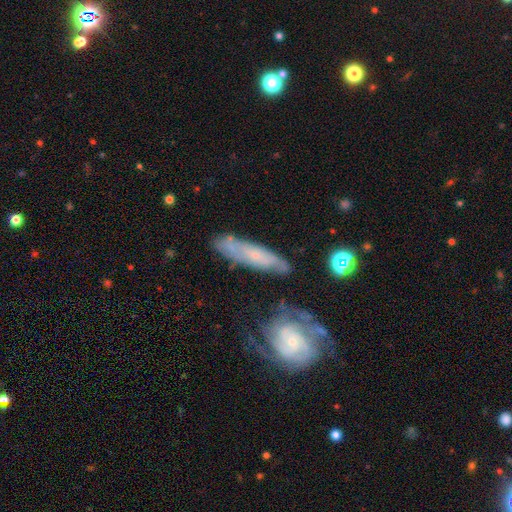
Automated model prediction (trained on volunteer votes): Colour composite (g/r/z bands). It shows a featured or disk galaxy (57%). Merging: none (67%).